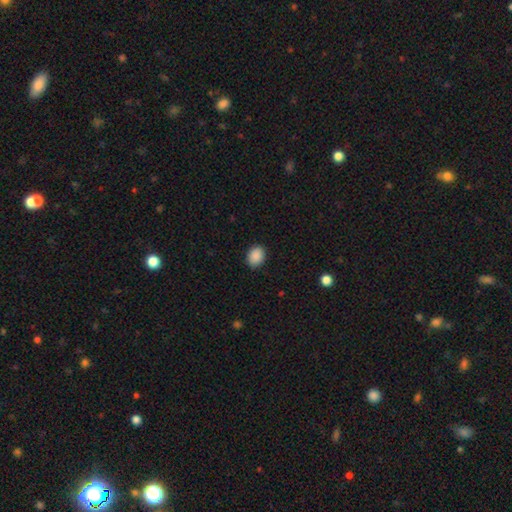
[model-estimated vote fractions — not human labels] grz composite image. It shows a smooth galaxy with no disk features (90%) that is in between round and cigar-shaped (60%). Merging: none (88%).